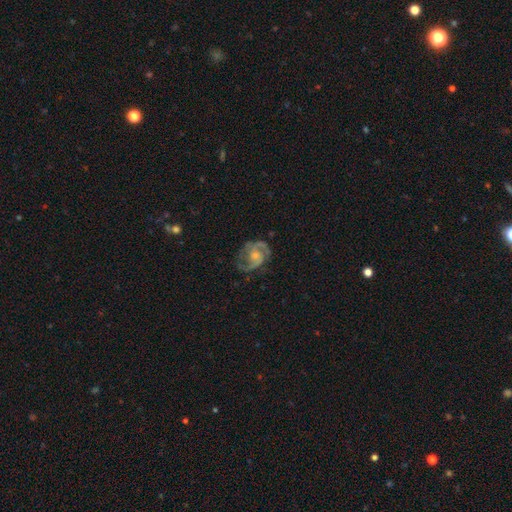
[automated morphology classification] smooth_or_featured: featured or disk (p=0.83) [alt: smooth p=0.11]
disk_edge_on: no (p=0.98) [alt: yes p=0.02]
bar: no (p=0.65) [alt: weak p=0.30]
has_spiral_arms: yes (p=0.95) [alt: no p=0.05]
spiral_winding: medium (p=0.55) [alt: tight p=0.28]
spiral_arm_count: 2 (p=0.80) [alt: can't tell p=0.07]
bulge_size: small (p=0.45) [alt: moderate p=0.42]
merging: none (p=0.65) [alt: minor disturbance p=0.21]